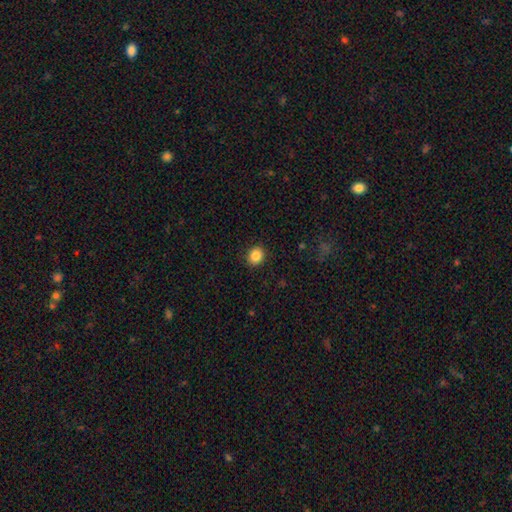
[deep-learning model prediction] Smooth or featured? Predicted: smooth (p=0.86). How rounded? Predicted: round (p=0.73). Merging? Predicted: none (p=0.90).